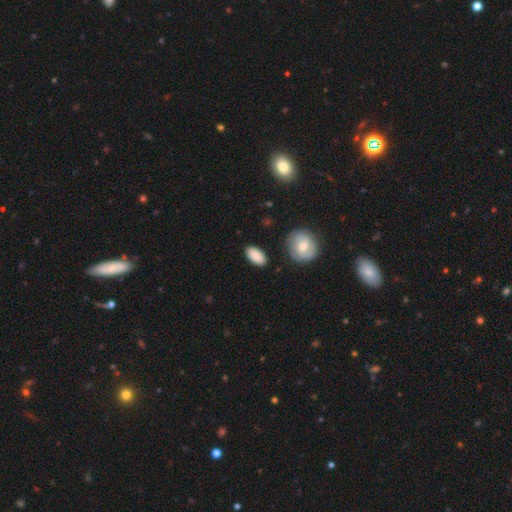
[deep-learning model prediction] The model was most divided on "merging": none: 84%, minor disturbance: 11%, major disturbance: 2%, merger: 2%. More confident: how rounded — in between (92%); smooth or featured — smooth (87%).